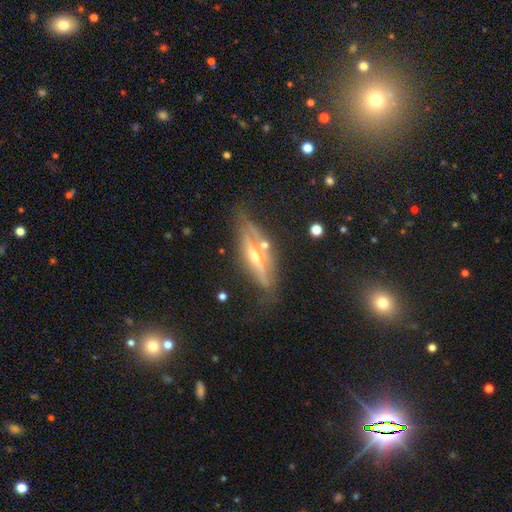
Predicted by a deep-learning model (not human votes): smooth-or-featured: featured or disk: 74% | smooth: 17% | star or artifact: 9%
  disk-edge-on: yes: 89% | no: 11%
    edge-on-bulge: rounded: 84% | none: 9% | boxy: 7%
  merging: none: 68% | minor disturbance: 19% | major disturbance: 7% | merger: 7%